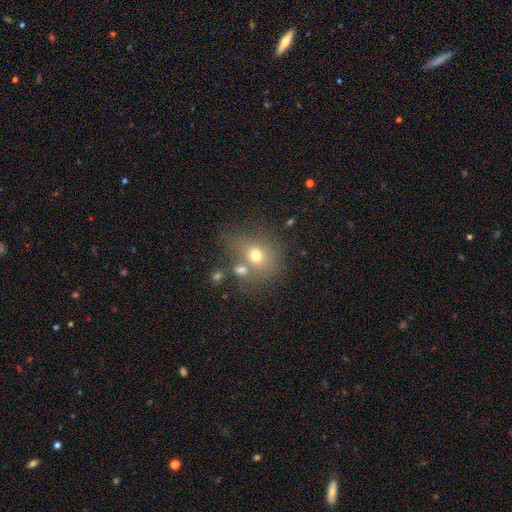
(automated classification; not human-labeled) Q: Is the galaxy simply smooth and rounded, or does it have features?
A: smooth — 68%.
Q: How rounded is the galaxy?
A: round — 64%.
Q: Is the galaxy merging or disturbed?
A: none — 55%.